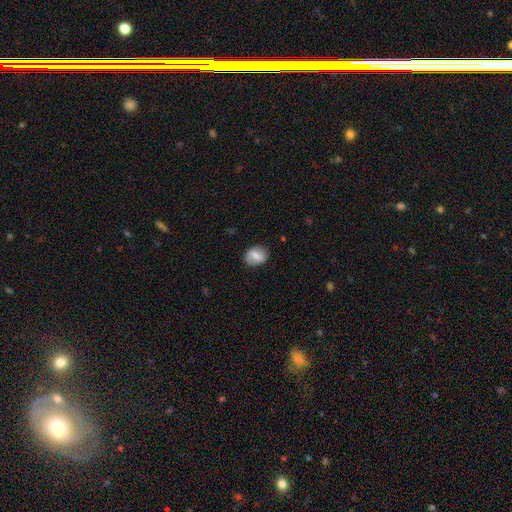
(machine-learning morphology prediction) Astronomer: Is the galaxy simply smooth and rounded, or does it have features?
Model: smooth — 66%.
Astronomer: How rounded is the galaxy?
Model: in between — 64%.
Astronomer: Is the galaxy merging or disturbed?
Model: none — 82%.